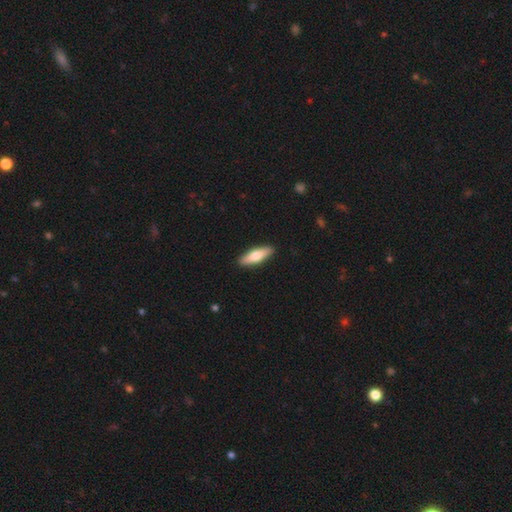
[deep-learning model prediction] smooth_or_featured: smooth (p=0.66) [alt: featured or disk p=0.29]
how_rounded: cigar-shaped (p=0.58) [alt: in between p=0.40]
merging: none (p=0.91) [alt: minor disturbance p=0.07]